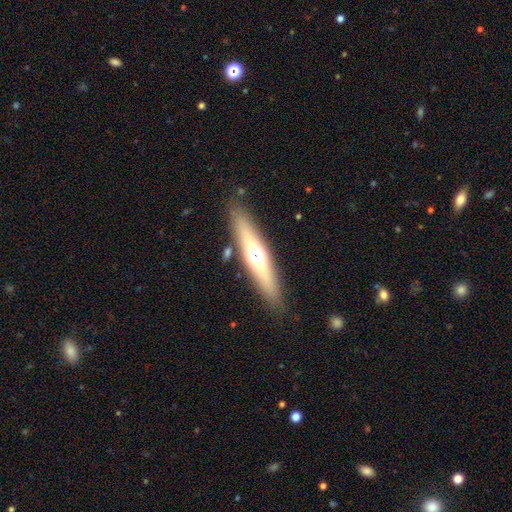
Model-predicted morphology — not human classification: A featured or disk galaxy (52%) viewed edge-on (87%). Merging: none (86%).